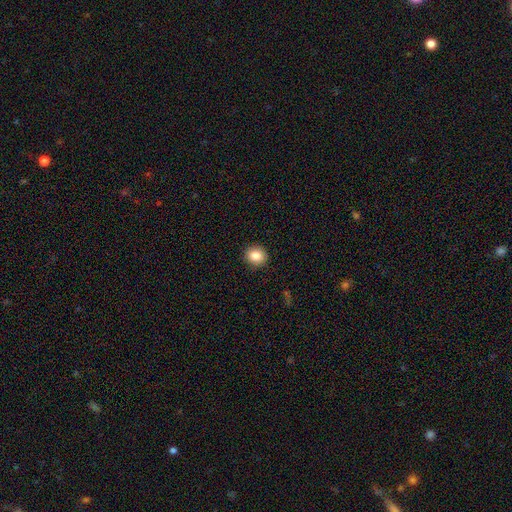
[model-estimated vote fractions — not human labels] Q: Smooth or featured?
A: smooth (84%); runner-up: star or artifact (9%)
Q: How rounded?
A: round (82%); runner-up: in between (17%)
Q: Merging?
A: none (91%); runner-up: minor disturbance (6%)